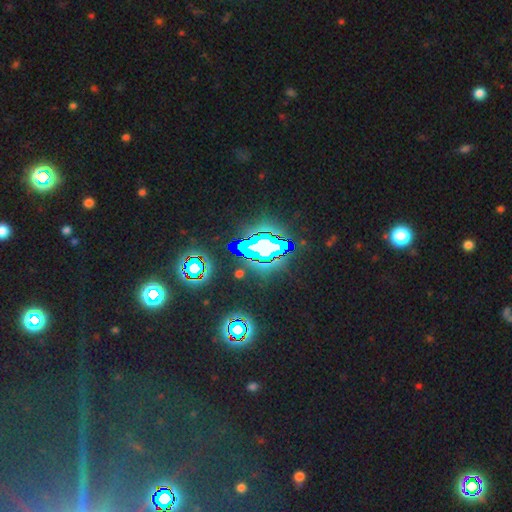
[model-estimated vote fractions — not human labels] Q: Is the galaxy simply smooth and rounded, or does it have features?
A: star or artifact — 75%.